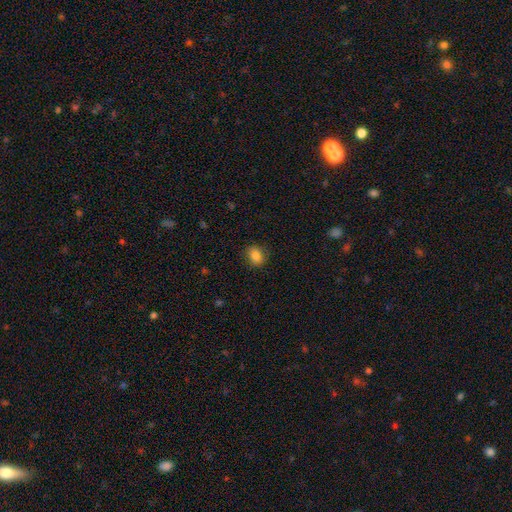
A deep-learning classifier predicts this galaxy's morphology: Smooth or featured? Predicted: smooth (p=0.84). How rounded? Predicted: round (p=0.52). Merging? Predicted: none (p=0.85).